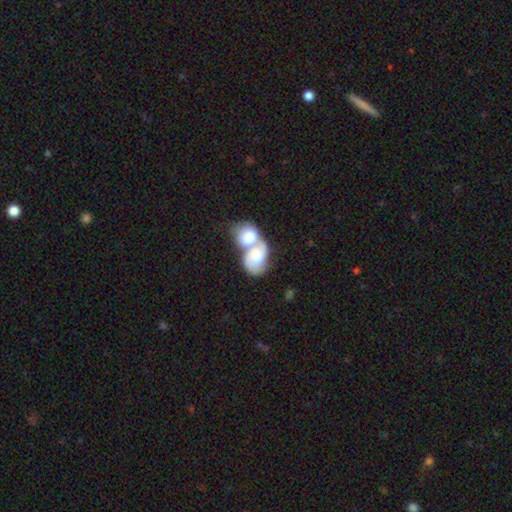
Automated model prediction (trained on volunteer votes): smooth 59%, featured or disk 35%, star or artifact 6%. Down the decision tree: how rounded — in between (74%); merging — merger (80%).